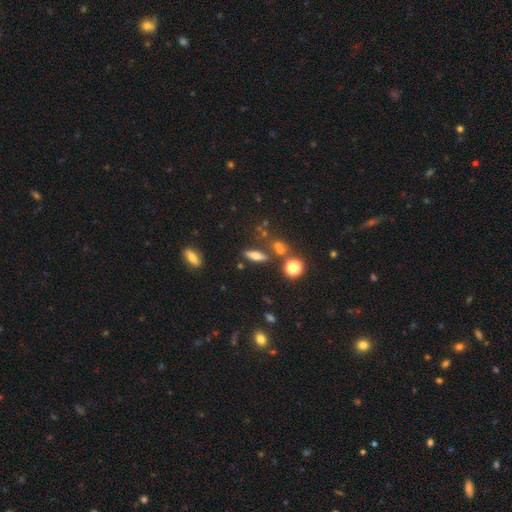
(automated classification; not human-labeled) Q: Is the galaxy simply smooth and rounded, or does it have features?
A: smooth — 55%.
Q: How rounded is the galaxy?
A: cigar-shaped — 49%.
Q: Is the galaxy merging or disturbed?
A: none — 72%.